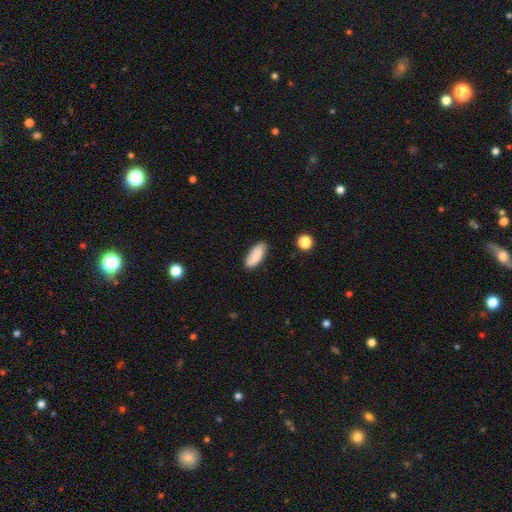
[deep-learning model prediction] Smooth or featured?
  - smooth: 83% *
  - featured or disk: 10%
  - star or artifact: 7%
How rounded?
  - in between: 77% *
  - cigar-shaped: 21%
  - round: 2%
Merging?
  - none: 81% *
  - minor disturbance: 15%
  - major disturbance: 3%
  - merger: 2%